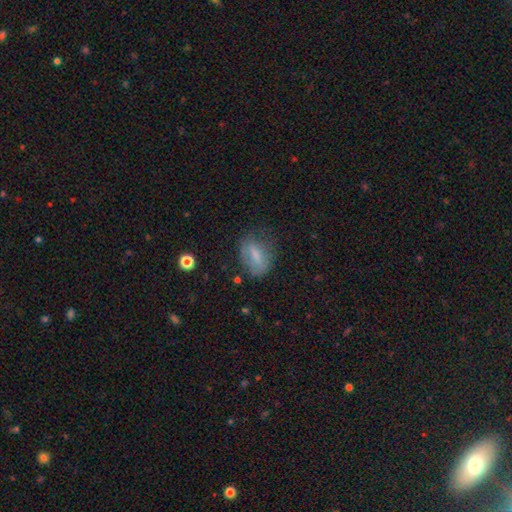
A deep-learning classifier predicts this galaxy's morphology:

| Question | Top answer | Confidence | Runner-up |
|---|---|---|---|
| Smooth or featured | smooth | 63% | featured or disk (27%) |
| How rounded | in between | 76% | round (13%) |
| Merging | none | 58% | minor disturbance (26%) |